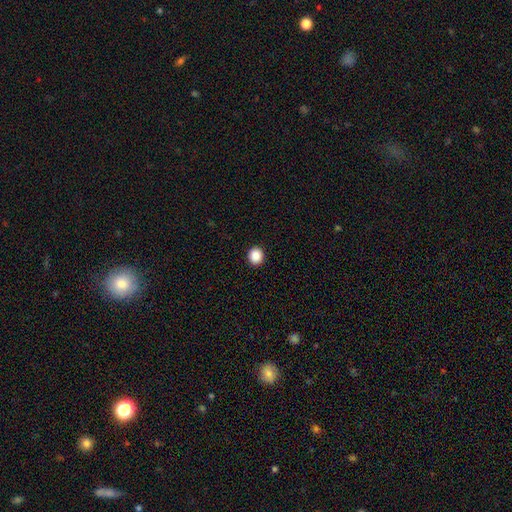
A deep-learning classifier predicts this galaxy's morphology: Smooth or featured?
  - smooth: 89% *
  - star or artifact: 9%
  - featured or disk: 2%
How rounded?
  - round: 82% *
  - in between: 17%
  - cigar-shaped: 1%
Merging?
  - none: 93% *
  - minor disturbance: 4%
  - major disturbance: 2%
  - merger: 1%